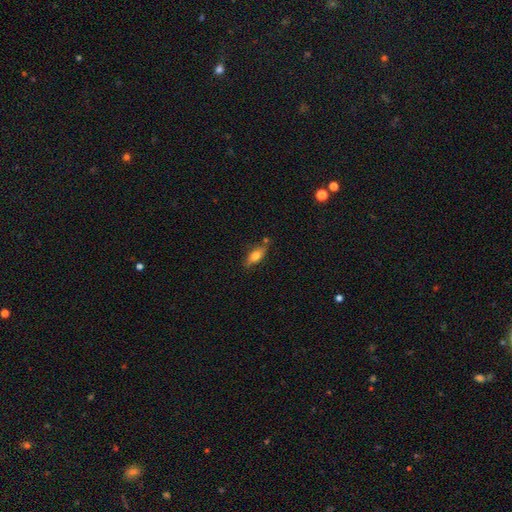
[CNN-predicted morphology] This is likely a smooth galaxy (72%). How rounded: likely in between (71%). Merging: likely none (73%).